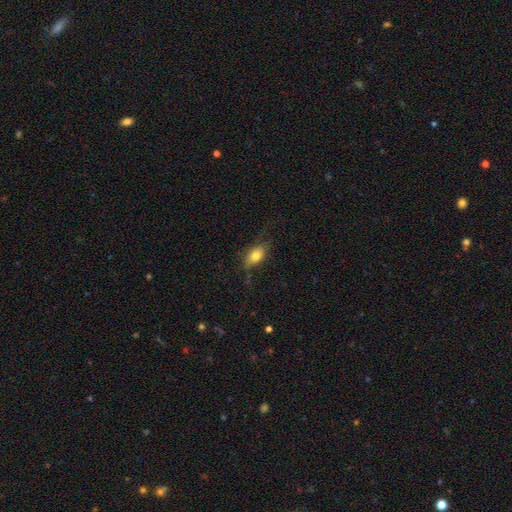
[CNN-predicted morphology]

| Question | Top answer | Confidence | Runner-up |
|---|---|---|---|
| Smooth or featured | smooth | 75% | featured or disk (17%) |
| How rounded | in between | 85% | round (8%) |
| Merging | none | 65% | minor disturbance (24%) |